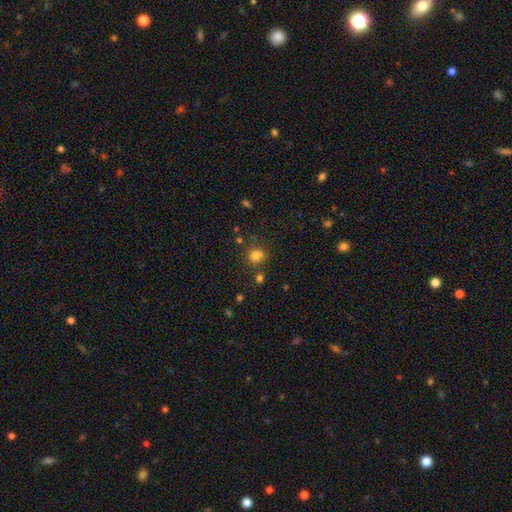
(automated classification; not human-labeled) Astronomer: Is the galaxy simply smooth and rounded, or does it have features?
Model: smooth — 76%.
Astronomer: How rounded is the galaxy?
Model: round — 77%.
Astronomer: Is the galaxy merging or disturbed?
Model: none — 65%.